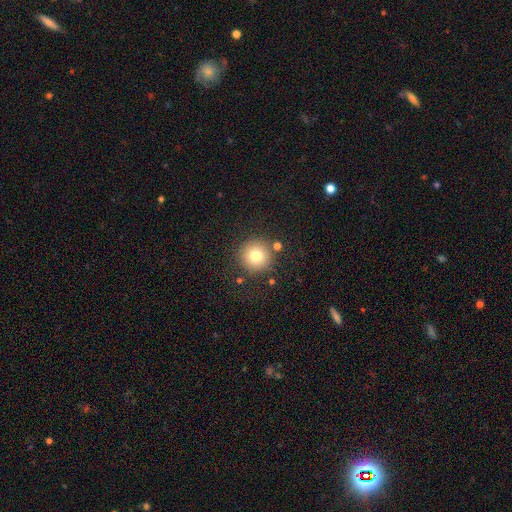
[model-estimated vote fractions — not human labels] A smooth galaxy with no disk features (78%) that is round (95%). Merging: none (84%).